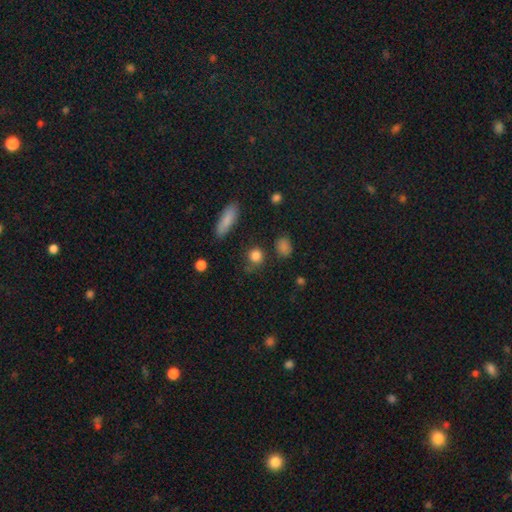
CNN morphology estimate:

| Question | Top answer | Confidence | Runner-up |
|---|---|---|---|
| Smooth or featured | smooth | 83% | star or artifact (11%) |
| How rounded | round | 83% | in between (14%) |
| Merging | none | 73% | minor disturbance (15%) |